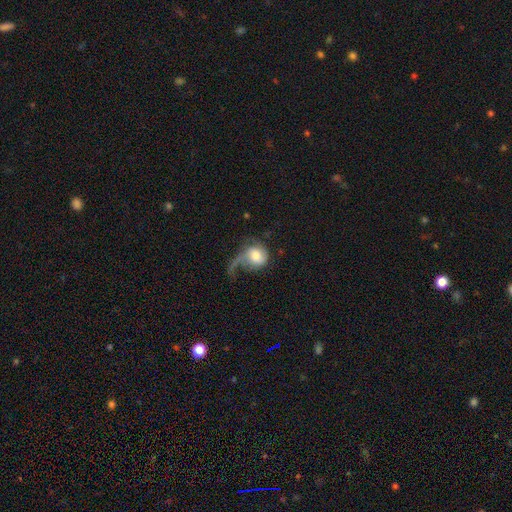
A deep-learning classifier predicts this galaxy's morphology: This appears to be a featured or disk galaxy (47%). Merging: major disturbance (54%).